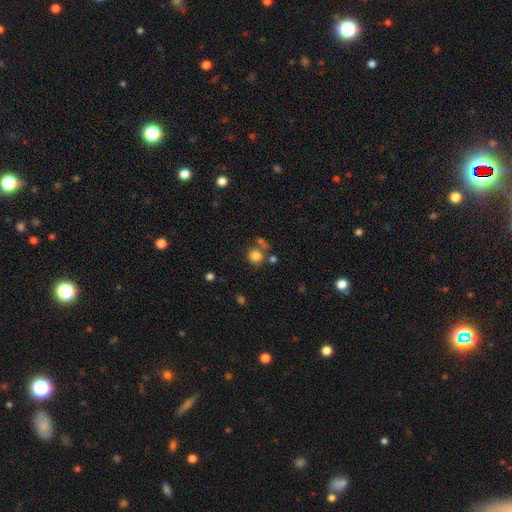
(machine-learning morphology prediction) Smooth or featured? Predicted: smooth (p=0.81). How rounded? Predicted: round (p=0.89). Merging? Predicted: none (p=0.67).